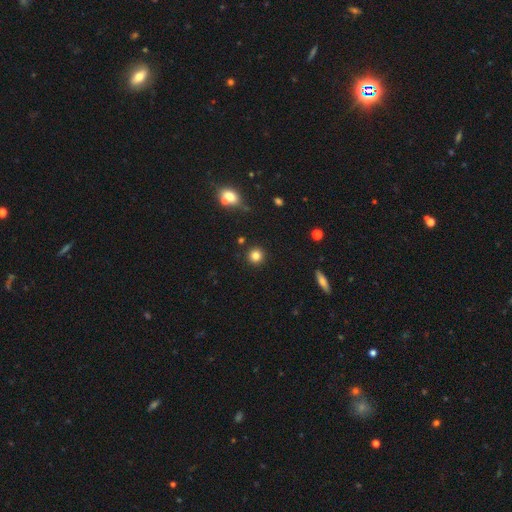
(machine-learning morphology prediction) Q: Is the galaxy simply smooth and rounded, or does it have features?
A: smooth — 82%.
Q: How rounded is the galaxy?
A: round — 93%.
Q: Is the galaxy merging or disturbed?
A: none — 90%.